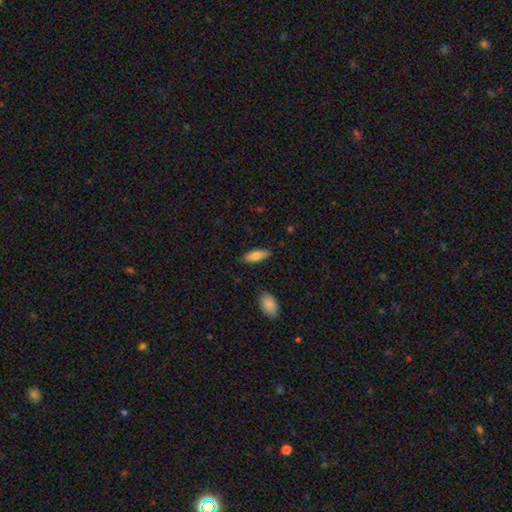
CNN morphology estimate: smooth-or-featured: smooth: 81% | featured or disk: 13% | star or artifact: 6%
  how-rounded: in between: 66% | cigar-shaped: 32% | round: 2%
  merging: none: 84% | minor disturbance: 12% | major disturbance: 2% | merger: 2%